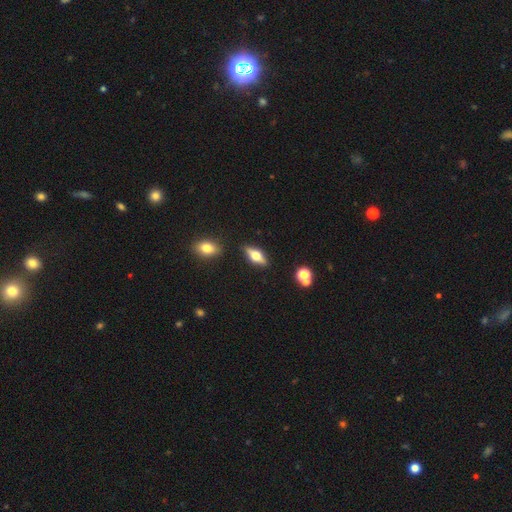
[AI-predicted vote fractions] Morphology: type=featured or disk (57%); edge-on=yes (92%); edge-on bulge=rounded (95%); merging=none (86%).